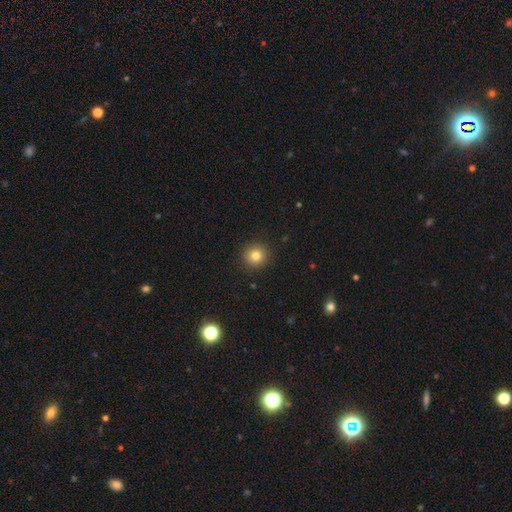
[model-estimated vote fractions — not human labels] Smooth or featured? smooth (81%)
How rounded? round (93%)
Merging? none (92%)